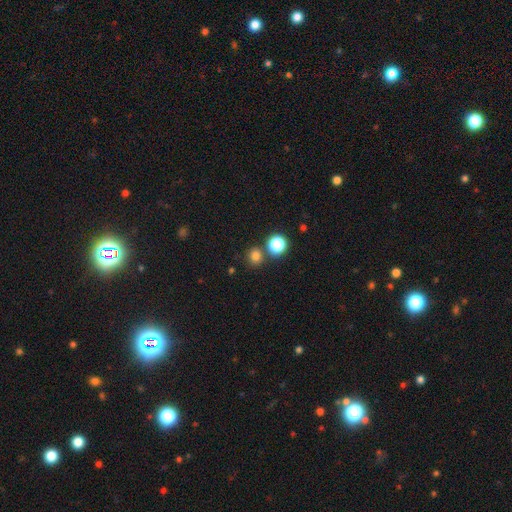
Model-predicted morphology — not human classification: smooth-or-featured: smooth: 76% | star or artifact: 19% | featured or disk: 5%
  how-rounded: round: 89% | in between: 10% | cigar-shaped: 1%
  merging: none: 77% | merger: 13% | minor disturbance: 8% | major disturbance: 3%